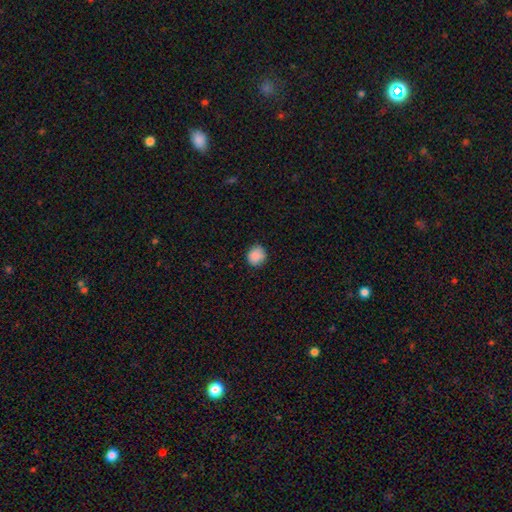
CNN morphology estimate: Overall: smooth (88%). How rounded: round (80%). Merging: none (82%).